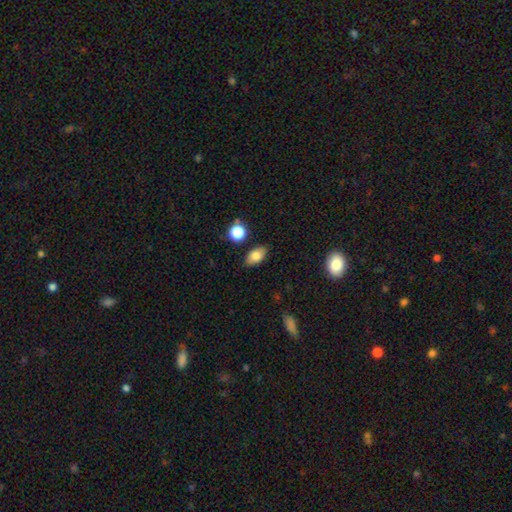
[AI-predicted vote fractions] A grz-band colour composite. It shows a smooth galaxy with no disk features (82%) that is in between round and cigar-shaped (87%). Merging: none (84%).